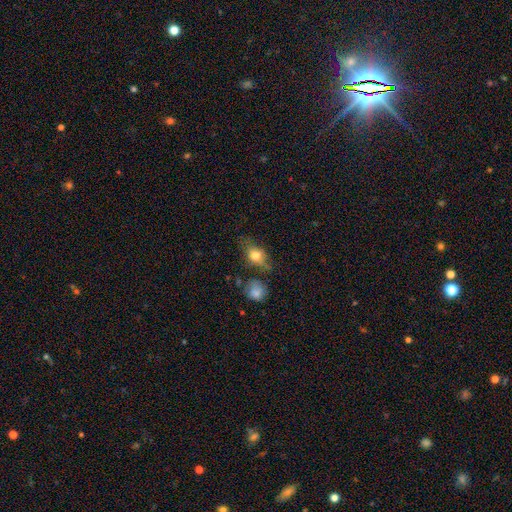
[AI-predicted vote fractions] Morphology: type=smooth (70%); roundness=in between (66%); merging=none (55%).